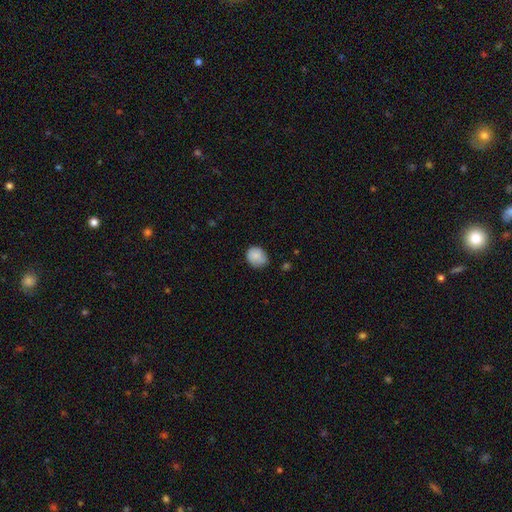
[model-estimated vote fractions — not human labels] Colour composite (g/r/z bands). It shows a smooth galaxy with no disk features (86%) that is round (64%). Merging: none (66%).